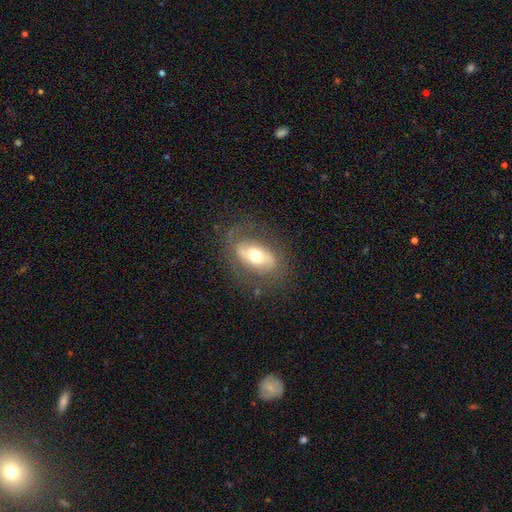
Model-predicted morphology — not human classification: smooth-or-featured: featured or disk: 51% | smooth: 41% | star or artifact: 8%
  disk-edge-on: no: 88% | yes: 12%
  merging: none: 72% | minor disturbance: 16% | major disturbance: 10% | merger: 1%